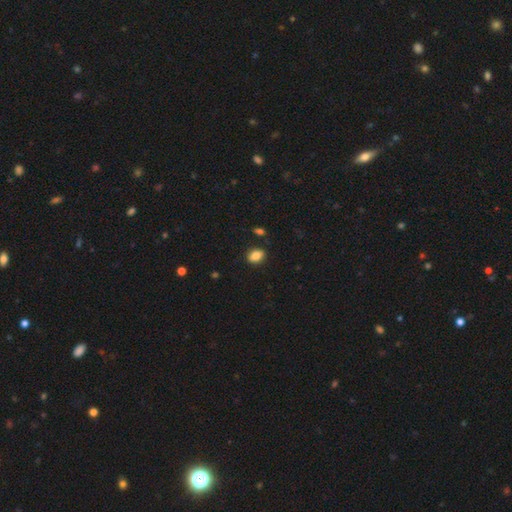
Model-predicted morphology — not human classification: type=smooth (86%); roundness=in between (74%); merging=none (85%).